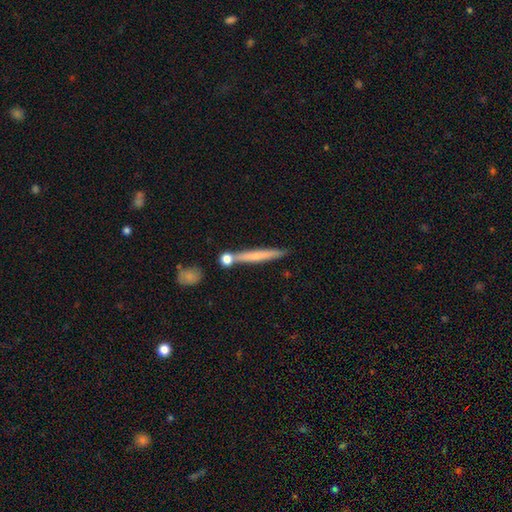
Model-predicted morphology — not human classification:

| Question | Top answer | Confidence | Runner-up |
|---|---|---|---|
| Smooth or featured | smooth | 55% | featured or disk (38%) |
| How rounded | cigar-shaped | 94% | in between (4%) |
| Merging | none | 77% | minor disturbance (10%) |